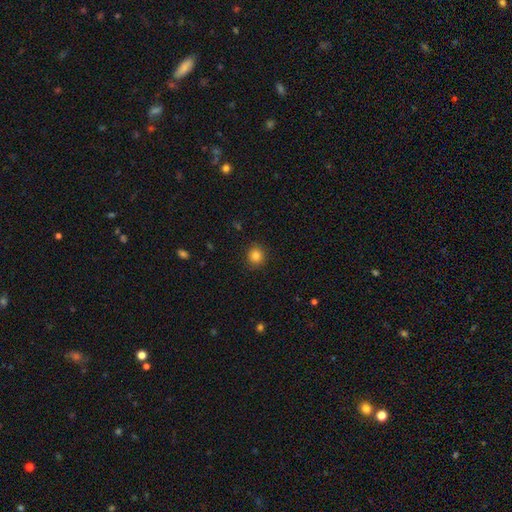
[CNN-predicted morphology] This is clearly a smooth galaxy (83%). How rounded: clearly round (88%). Merging: clearly none (89%).